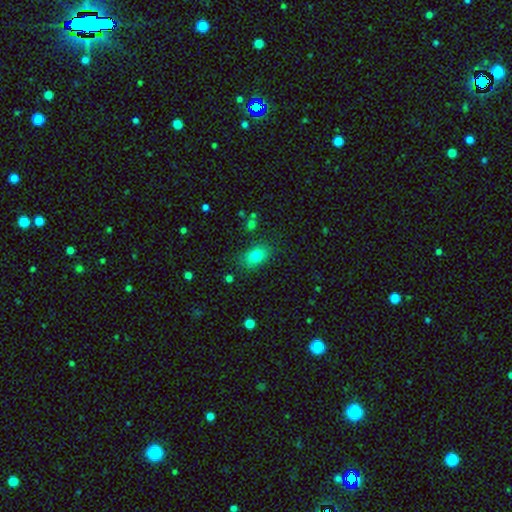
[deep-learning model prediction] A smooth galaxy with no disk features (81%) that is in between round and cigar-shaped (83%).

Vote fractions:
- Smooth or featured? smooth: 81% / star or artifact: 10% / featured or disk: 9%
- How rounded? in between: 83% / round: 15% / cigar-shaped: 2%
- Merging? none: 81% / minor disturbance: 13% / major disturbance: 4% / merger: 2%